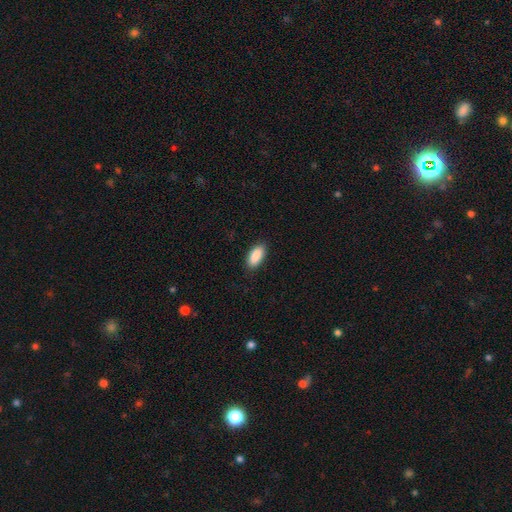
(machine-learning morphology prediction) smooth 90%, star or artifact 6%, featured or disk 4%. Down the decision tree: how rounded — in between (90%); merging — none (88%).